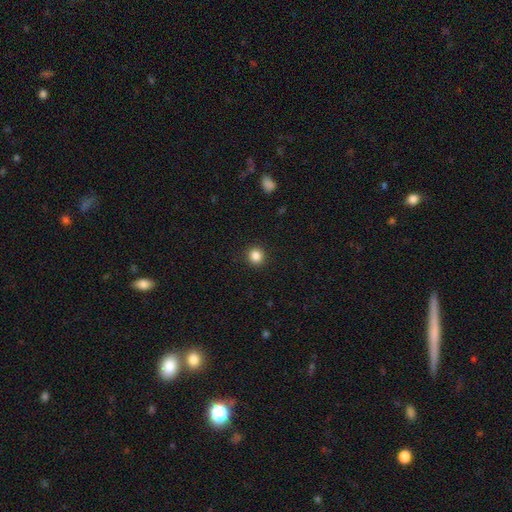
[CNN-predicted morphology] Smooth or featured: smooth — 86% (star or artifact — 11%)
How rounded: round — 90% (in between — 9%)
Merging: none — 92% (minor disturbance — 5%)